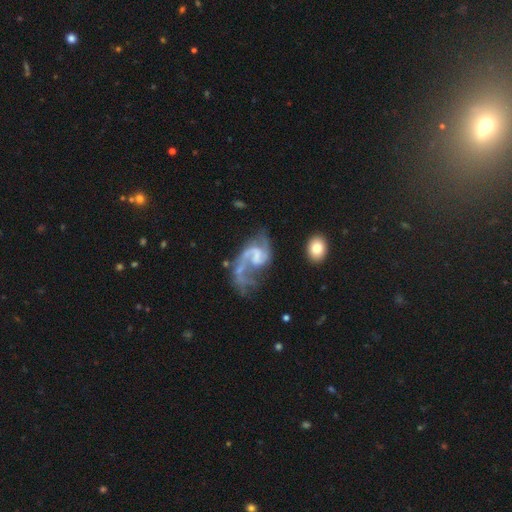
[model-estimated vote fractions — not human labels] A featured or disk galaxy (86%) with a weak bar (48%), 2 (71%) loose (56%) spiral arms (92%) and no central bulge (46%). Merging: major disturbance (43%).